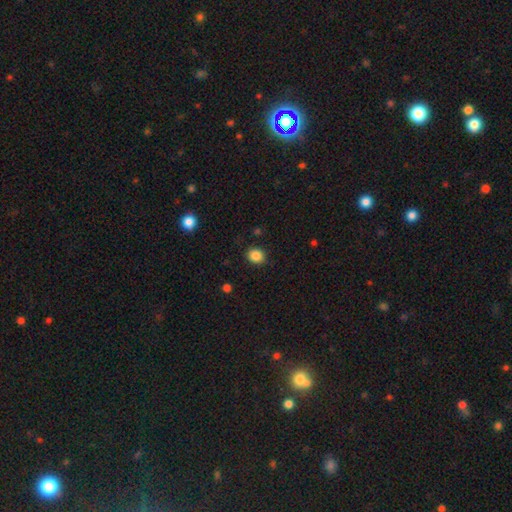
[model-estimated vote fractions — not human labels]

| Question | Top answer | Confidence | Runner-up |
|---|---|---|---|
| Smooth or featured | smooth | 86% | star or artifact (10%) |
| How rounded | round | 64% | in between (35%) |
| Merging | none | 87% | minor disturbance (9%) |